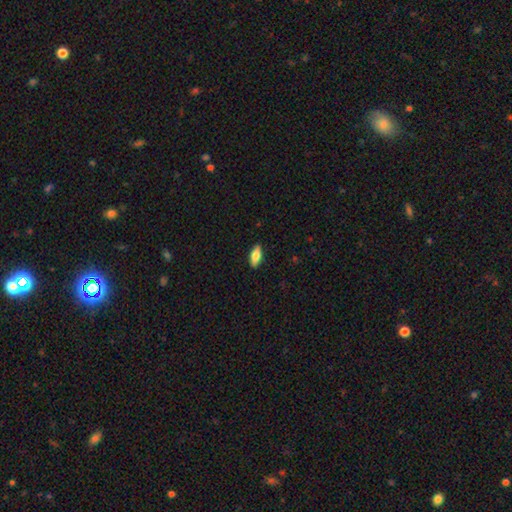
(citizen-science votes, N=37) This appears to be a smooth galaxy with no disk features (54%) that is in between round and cigar-shaped (60%). Merging: none (88%).